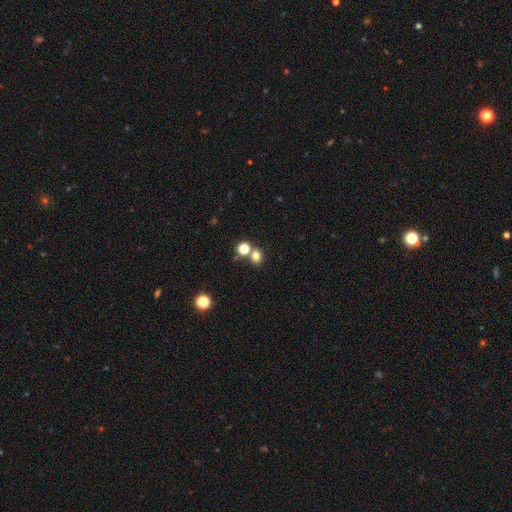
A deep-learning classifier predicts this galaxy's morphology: A smooth galaxy with no disk features (76%) that is round (66%). Merging: none (61%).